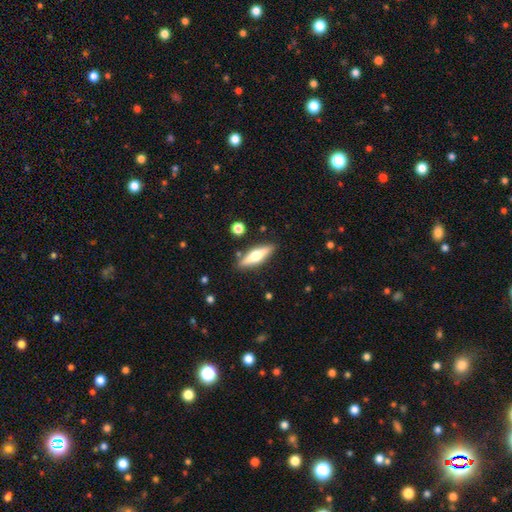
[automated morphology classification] This is possibly a featured or disk galaxy (51%). It is clearly viewed edge-on (93%). Merging: clearly none (86%).